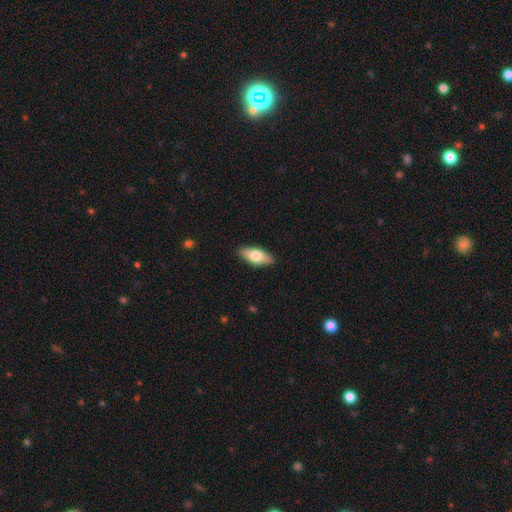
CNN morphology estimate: A smooth galaxy with no disk features (69%) that is in between round and cigar-shaped (80%). Merging: none (87%).